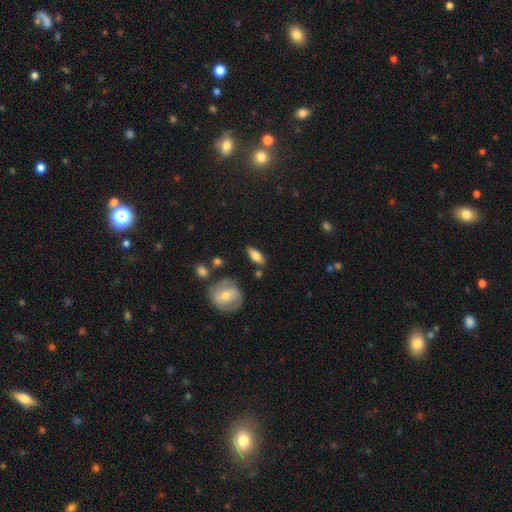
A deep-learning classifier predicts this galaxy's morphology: A smooth galaxy with no disk features (72%) that is in between round and cigar-shaped (74%). Merging: none (81%).